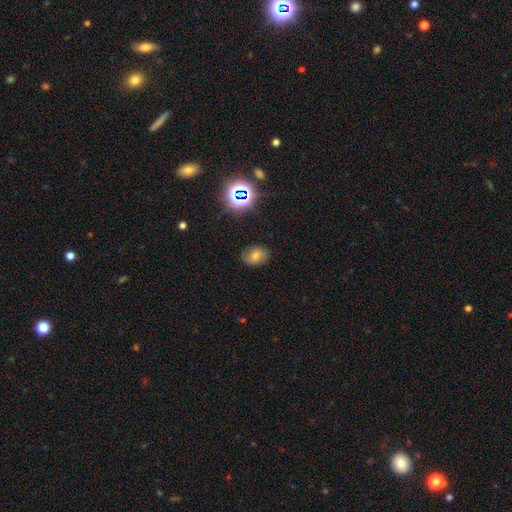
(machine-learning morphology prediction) The model was most divided on "how rounded": in between: 66%, round: 33%, cigar-shaped: 1%. More confident: merging — none (78%); smooth or featured — smooth (63%).